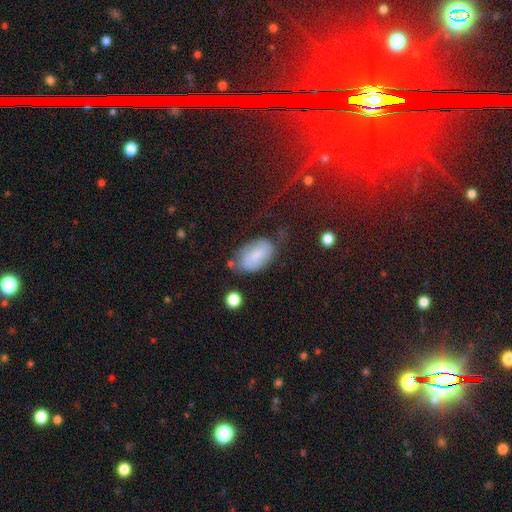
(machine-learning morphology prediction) Smooth or featured: smooth — 65% (featured or disk — 27%)
How rounded: in between — 92% (round — 6%)
Merging: none — 60% (minor disturbance — 25%)